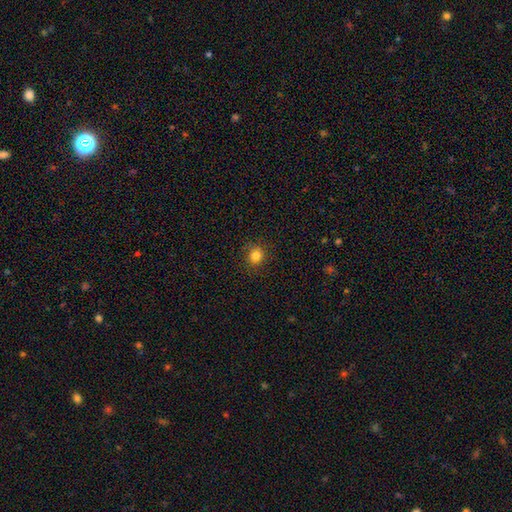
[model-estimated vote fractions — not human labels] This is clearly a smooth galaxy (84%). How rounded: clearly round (81%). Merging: clearly none (87%).